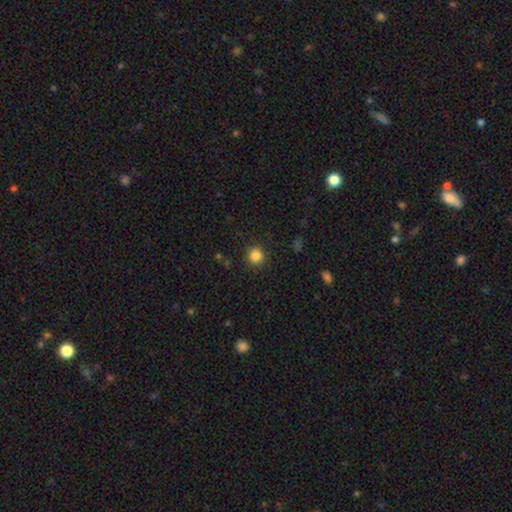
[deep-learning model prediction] Overall: smooth (85%). How rounded: round (93%). Merging: none (90%).